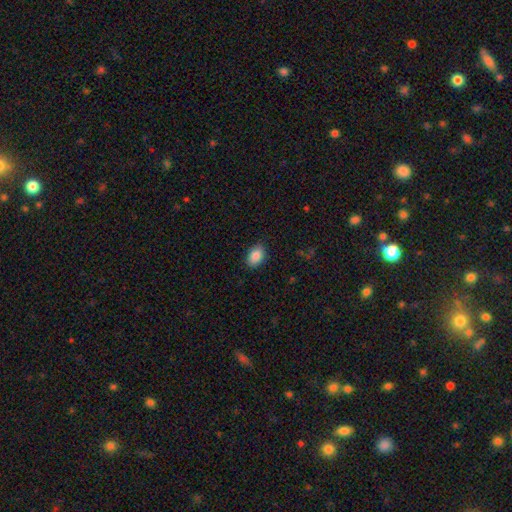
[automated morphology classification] Overall: smooth (87%). How rounded: in between (84%). Merging: none (87%).